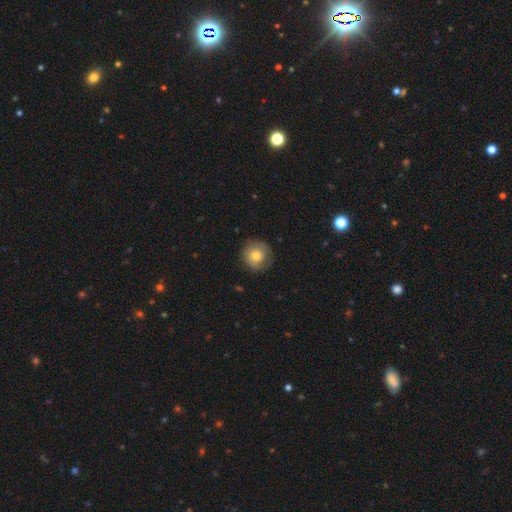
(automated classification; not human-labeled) smooth_or_featured: smooth (p=0.70) [alt: featured or disk p=0.22]
how_rounded: round (p=0.93) [alt: in between p=0.06]
merging: none (p=0.81) [alt: minor disturbance p=0.14]